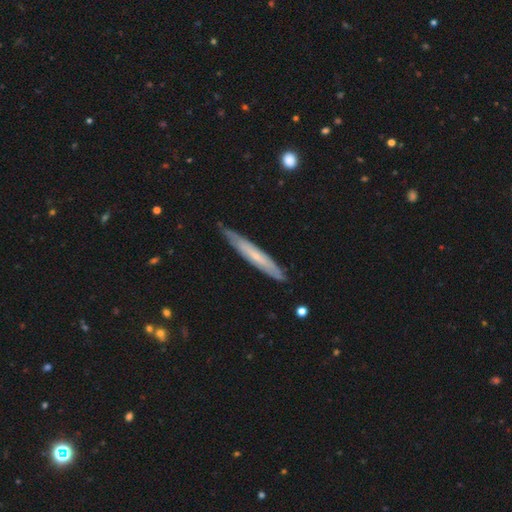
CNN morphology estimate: type=featured or disk (52%); edge-on=yes (78%); merging=none (82%).